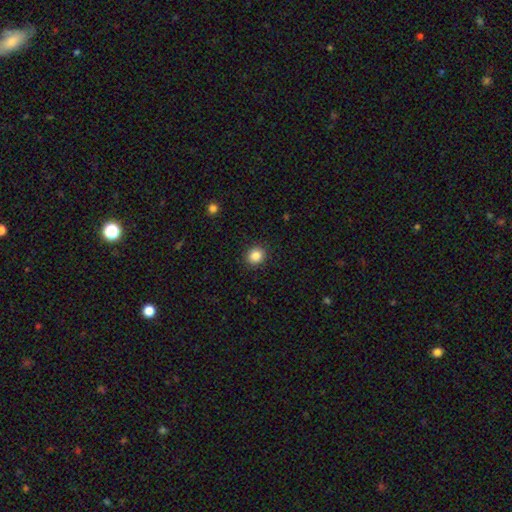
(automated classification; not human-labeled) Smooth or featured: smooth — 86% (star or artifact — 10%)
How rounded: round — 81% (in between — 18%)
Merging: none — 91% (minor disturbance — 6%)